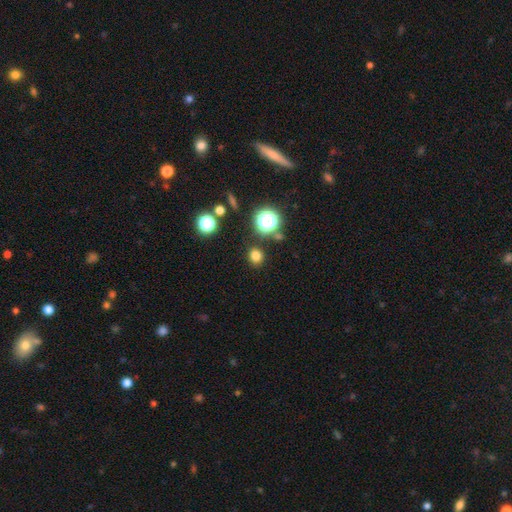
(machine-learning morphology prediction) Smooth or featured: smooth — 77% (star or artifact — 18%)
How rounded: round — 80% (in between — 19%)
Merging: none — 88% (minor disturbance — 7%)